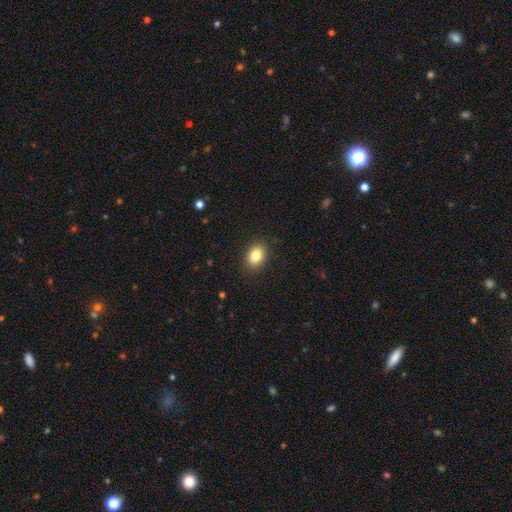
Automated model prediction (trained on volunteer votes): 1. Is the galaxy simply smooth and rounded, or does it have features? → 84% smooth, 9% star or artifact, 7% featured or disk.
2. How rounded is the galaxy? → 75% in between, 24% round, 1% cigar-shaped.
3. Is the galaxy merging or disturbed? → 89% none, 8% minor disturbance, 2% major disturbance, 1% merger.